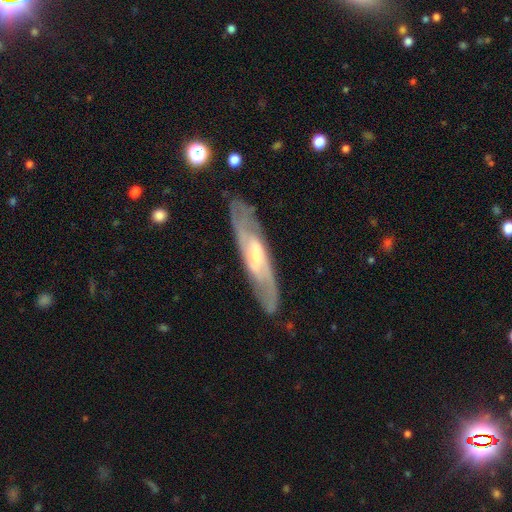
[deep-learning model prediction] Morphology: type=featured or disk (76%); edge-on=no (68%); bar=weak (46%); spiral arms=yes (87%); bulge=small (42%); merging=none (81%).